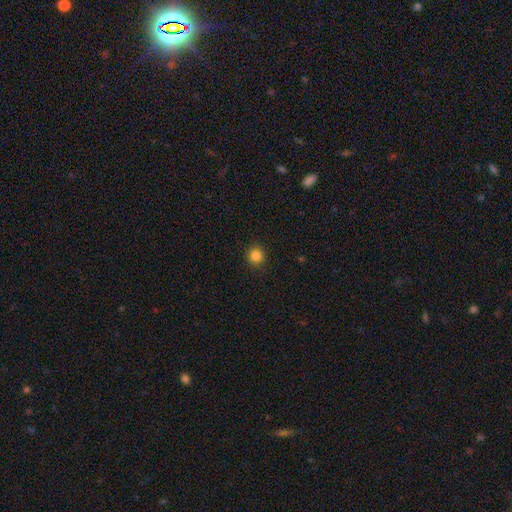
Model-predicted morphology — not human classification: Overall: smooth (84%). How rounded: round (93%). Merging: none (91%).